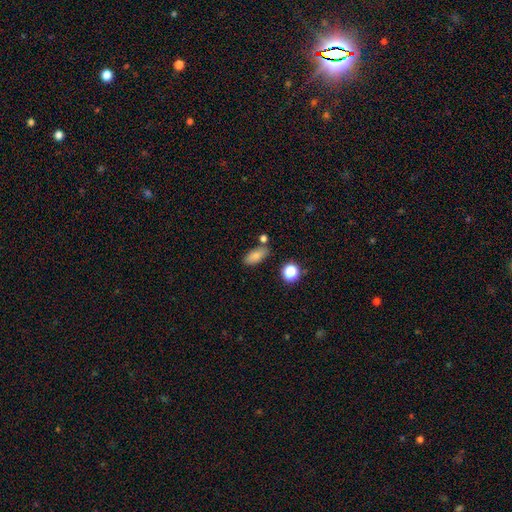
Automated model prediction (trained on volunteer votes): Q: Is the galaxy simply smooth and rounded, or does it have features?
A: smooth — 81%.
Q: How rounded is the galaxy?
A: in between — 81%.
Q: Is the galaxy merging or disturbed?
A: none — 73%.